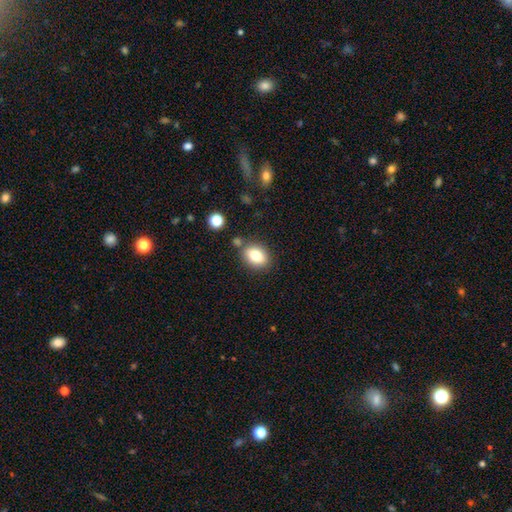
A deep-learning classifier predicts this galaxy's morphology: Smooth or featured?
  - smooth: 80% *
  - featured or disk: 10%
  - star or artifact: 9%
How rounded?
  - in between: 70% *
  - round: 29%
  - cigar-shaped: 1%
Merging?
  - none: 76% *
  - minor disturbance: 12%
  - merger: 9%
  - major disturbance: 3%